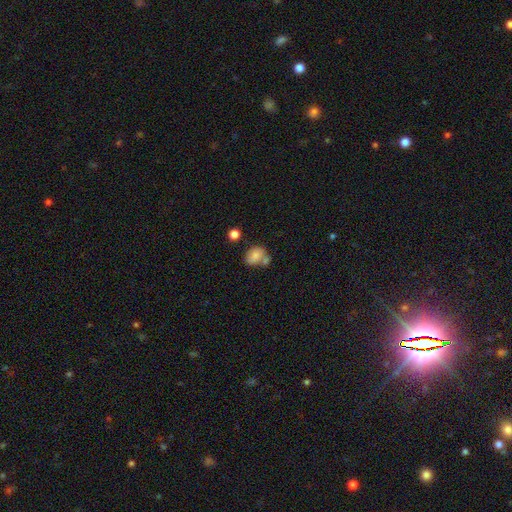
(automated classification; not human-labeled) Smooth or featured: smooth — 79% (featured or disk — 11%)
How rounded: in between — 67% (round — 32%)
Merging: none — 42% (merger — 34%)